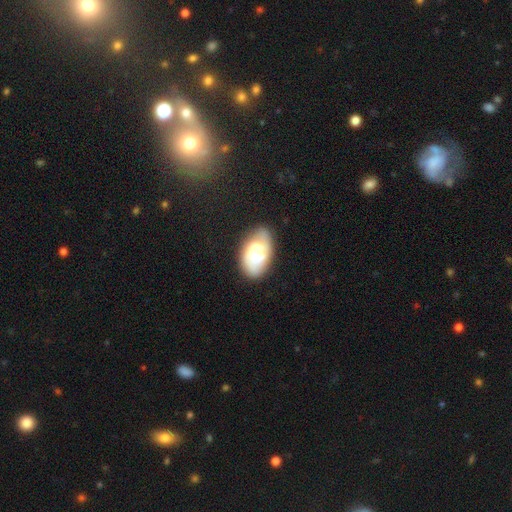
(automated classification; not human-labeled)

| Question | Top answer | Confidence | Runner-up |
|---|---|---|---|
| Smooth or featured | smooth | 46% | tied: featured or disk (46%) |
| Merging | none | 68% | minor disturbance (22%) |